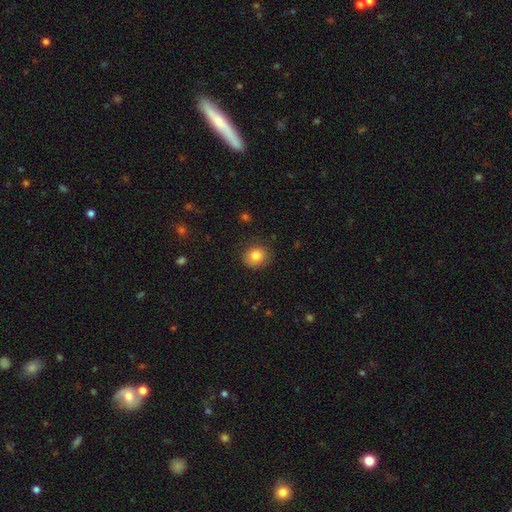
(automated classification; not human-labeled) A smooth galaxy with no disk features (83%) that is round (77%).

Vote fractions:
- Smooth or featured? smooth: 83% / star or artifact: 10% / featured or disk: 8%
- How rounded? round: 77% / in between: 22% / cigar-shaped: 1%
- Merging? none: 84% / minor disturbance: 12% / major disturbance: 3% / merger: 1%